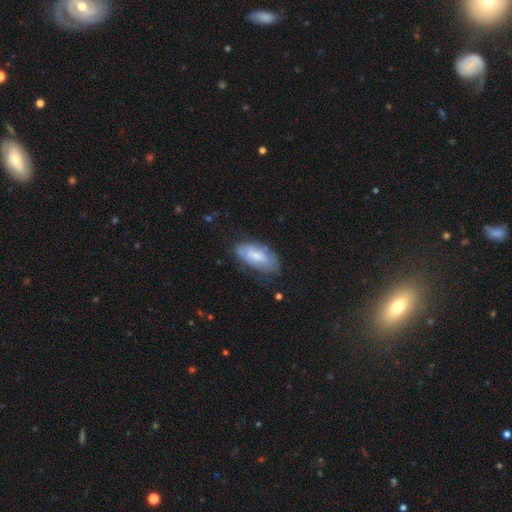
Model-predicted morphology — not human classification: Smooth or featured? Predicted: smooth (p=0.58). How rounded? Predicted: in between (p=0.88). Merging? Predicted: none (p=0.62).